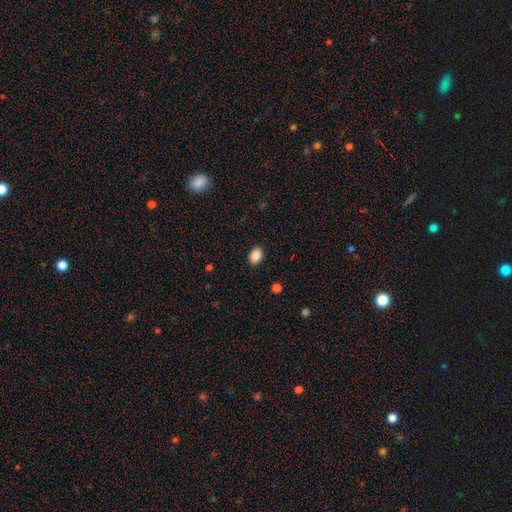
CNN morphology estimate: This appears to be a smooth galaxy with no disk features (88%) that is in between round and cigar-shaped (82%). Merging: none (89%).